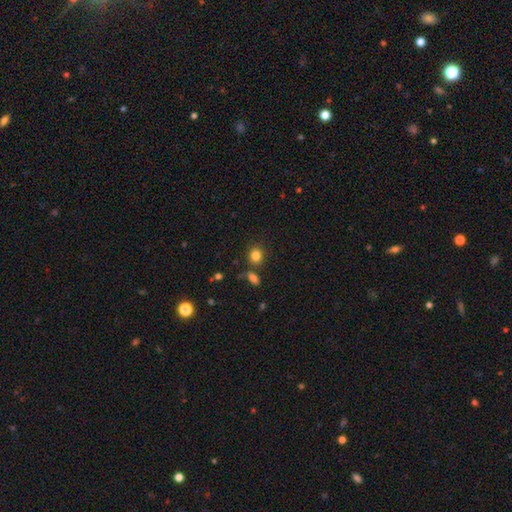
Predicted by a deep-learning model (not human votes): smooth-or-featured: smooth: 83% | star or artifact: 11% | featured or disk: 6%
  how-rounded: round: 67% | in between: 32% | cigar-shaped: 1%
  merging: none: 75% | minor disturbance: 11% | merger: 10% | major disturbance: 4%